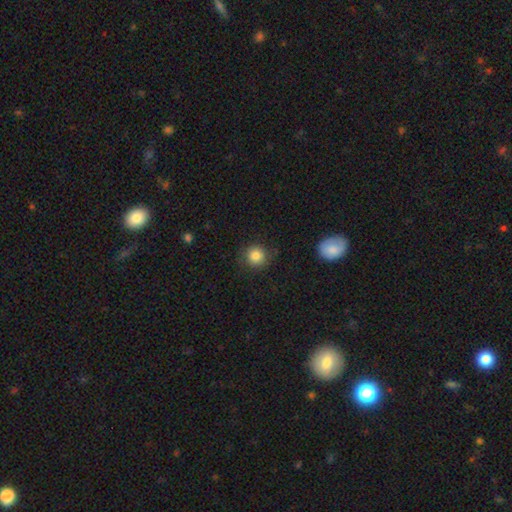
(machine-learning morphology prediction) A smooth galaxy with no disk features (84%) that is round (92%). Merging: none (84%).